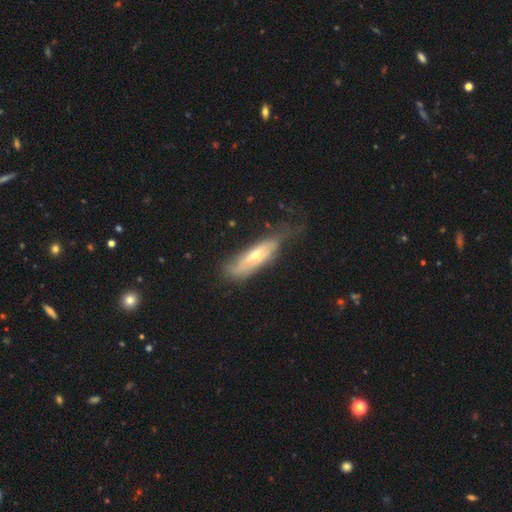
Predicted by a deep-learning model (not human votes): This appears to be a featured or disk galaxy (56%) viewed edge-on (53%). Merging: none (50%).